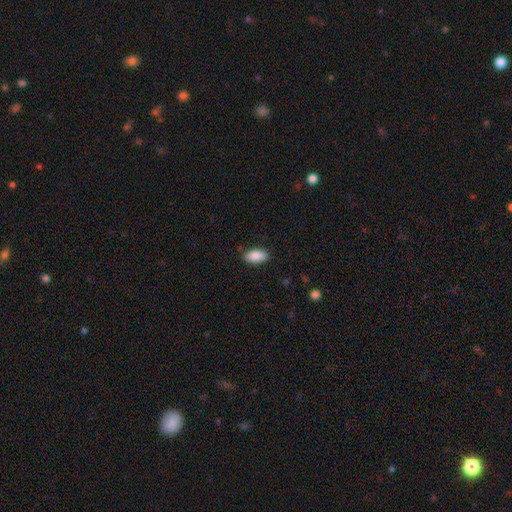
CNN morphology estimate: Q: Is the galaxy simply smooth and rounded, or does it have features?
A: smooth — 88%.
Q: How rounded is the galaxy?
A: in between — 92%.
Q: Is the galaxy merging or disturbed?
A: none — 86%.